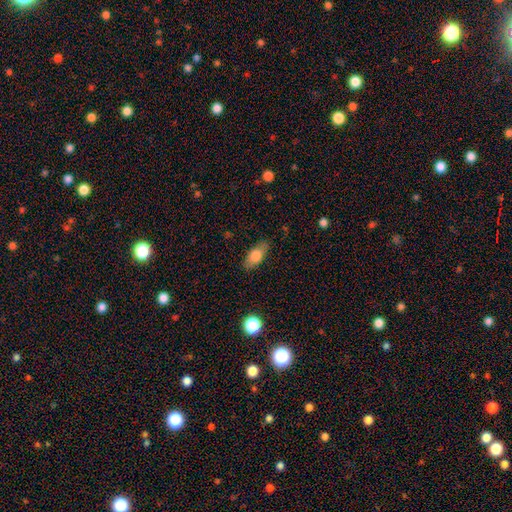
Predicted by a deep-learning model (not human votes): Morphology: type=smooth (76%); roundness=in between (83%); merging=none (82%).